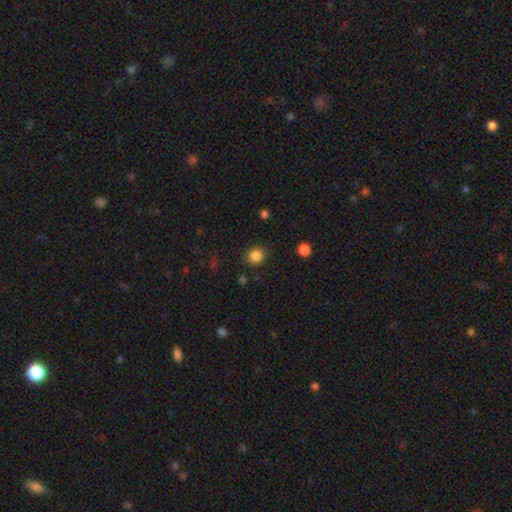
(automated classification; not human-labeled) A smooth galaxy with no disk features (85%) that is round (91%). Merging: none (87%).